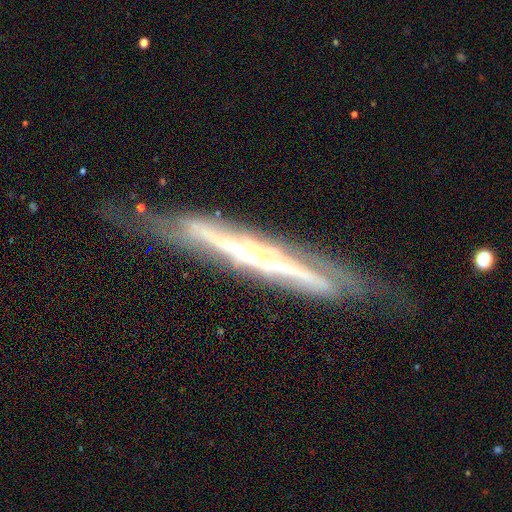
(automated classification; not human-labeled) A featured or disk galaxy (83%) viewed edge-on (77%) with a rounded central bulge (47%, tied with none).

Vote fractions:
- Smooth or featured? featured or disk: 83% / smooth: 10% / star or artifact: 6%
- Edge-on disk? yes: 77% / no: 23%
- Edge-on bulge? rounded: 47% (tied) / none: 47% (tied) / boxy: 6%
- Merging? none: 68% / minor disturbance: 22% / major disturbance: 8% / merger: 2%